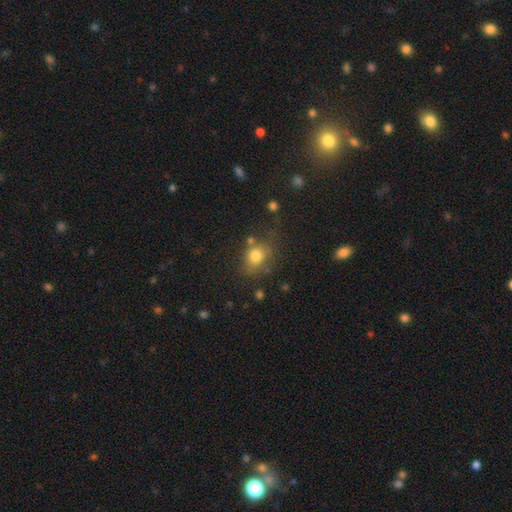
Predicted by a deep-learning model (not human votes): Smooth or featured?
  - smooth: 78% *
  - star or artifact: 12%
  - featured or disk: 10%
How rounded?
  - round: 53% *
  - in between: 46%
  - cigar-shaped: 1%
Merging?
  - none: 62% *
  - minor disturbance: 21%
  - major disturbance: 9%
  - merger: 8%